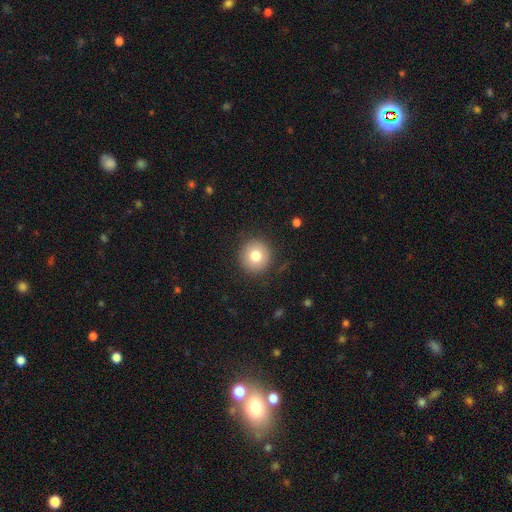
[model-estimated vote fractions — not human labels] smooth_or_featured: smooth (p=0.80) [alt: featured or disk p=0.11]
how_rounded: round (p=0.93) [alt: in between p=0.06]
merging: none (p=0.88) [alt: minor disturbance p=0.08]